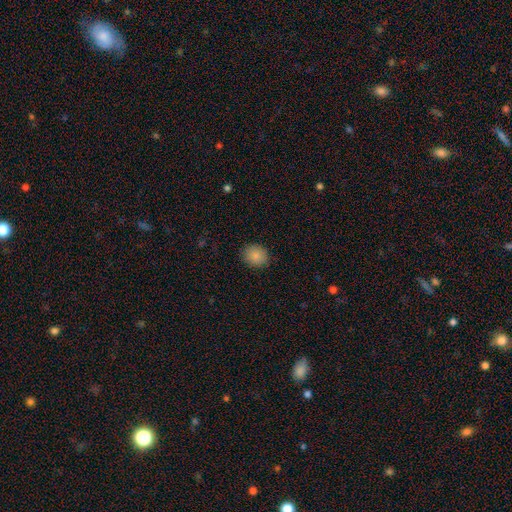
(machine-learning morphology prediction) Smooth or featured: smooth — 87% (star or artifact — 9%)
How rounded: round — 70% (in between — 30%)
Merging: none — 89% (minor disturbance — 8%)